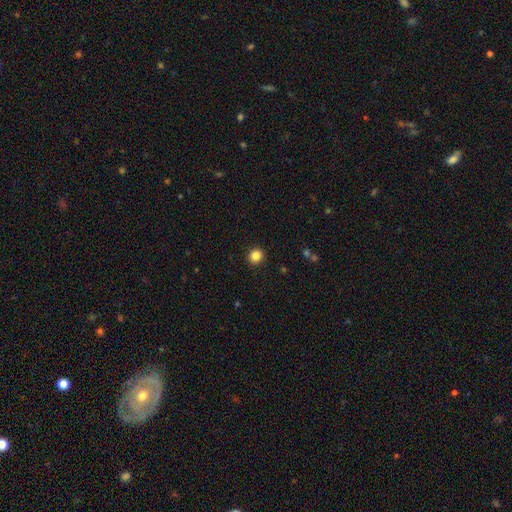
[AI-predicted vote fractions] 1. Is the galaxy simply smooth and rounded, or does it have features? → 85% smooth, 11% star or artifact, 4% featured or disk.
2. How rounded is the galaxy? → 89% round, 10% in between, 1% cigar-shaped.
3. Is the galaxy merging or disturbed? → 92% none, 5% minor disturbance, 2% major disturbance, 1% merger.